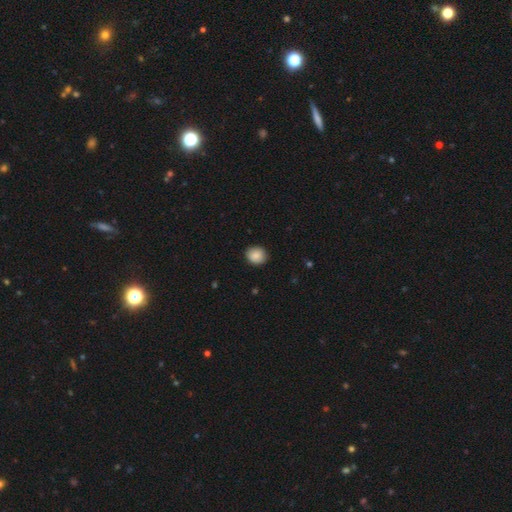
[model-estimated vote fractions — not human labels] smooth_or_featured: smooth (p=0.87) [alt: star or artifact p=0.08]
how_rounded: round (p=0.79) [alt: in between p=0.20]
merging: none (p=0.89) [alt: minor disturbance p=0.08]